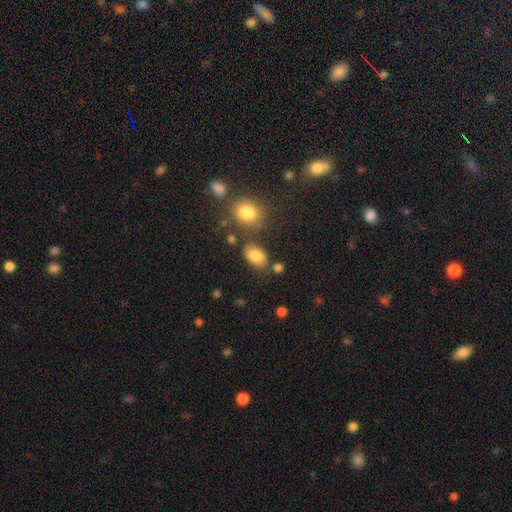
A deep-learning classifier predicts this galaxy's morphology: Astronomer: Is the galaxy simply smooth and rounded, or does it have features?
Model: smooth — 82%.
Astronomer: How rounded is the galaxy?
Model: in between — 84%.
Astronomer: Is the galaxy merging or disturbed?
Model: none — 72%.